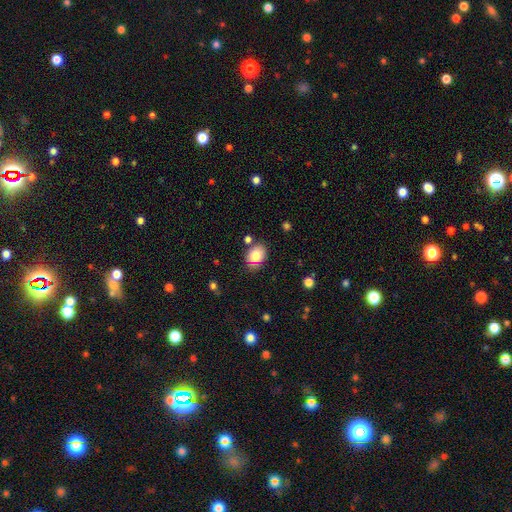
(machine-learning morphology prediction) This appears to be a smooth galaxy with no disk features (75%) that is in between round and cigar-shaped (63%). Merging: none (74%).